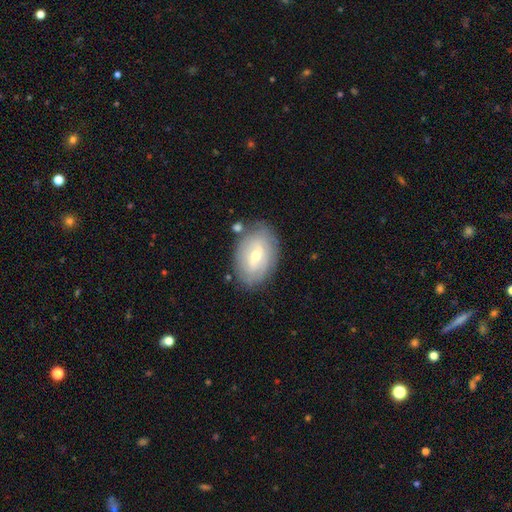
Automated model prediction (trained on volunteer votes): Smooth or featured? Predicted: featured or disk (p=0.67). Edge-on disk? Predicted: no (p=0.93). Bar? Predicted: weak (p=0.55). Spiral arms? Predicted: yes (p=0.69). Bulge size? Predicted: moderate (p=0.55). Merging? Predicted: none (p=0.78).